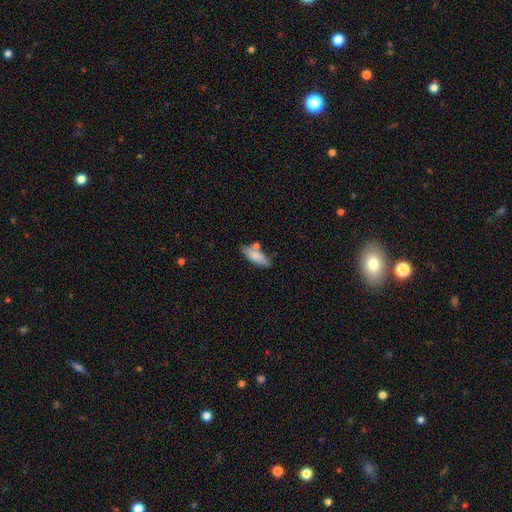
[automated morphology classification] Smooth or featured? Predicted: smooth (p=0.81). How rounded? Predicted: in between (p=0.62). Merging? Predicted: none (p=0.65).